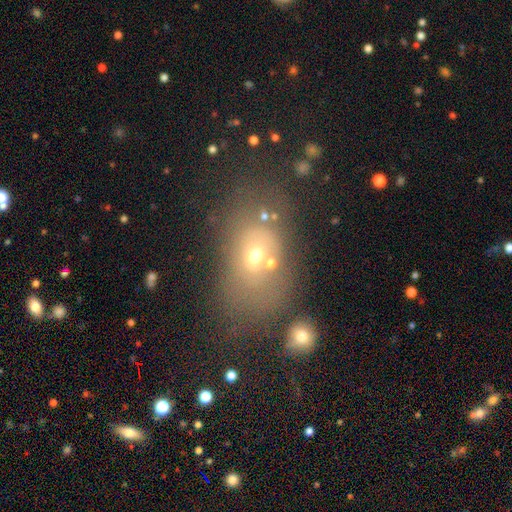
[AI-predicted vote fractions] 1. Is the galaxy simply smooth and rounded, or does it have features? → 55% smooth, 23% star or artifact, 22% featured or disk.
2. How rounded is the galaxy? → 69% in between, 29% round, 2% cigar-shaped.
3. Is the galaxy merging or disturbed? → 48% none, 25% merger, 16% minor disturbance, 11% major disturbance.